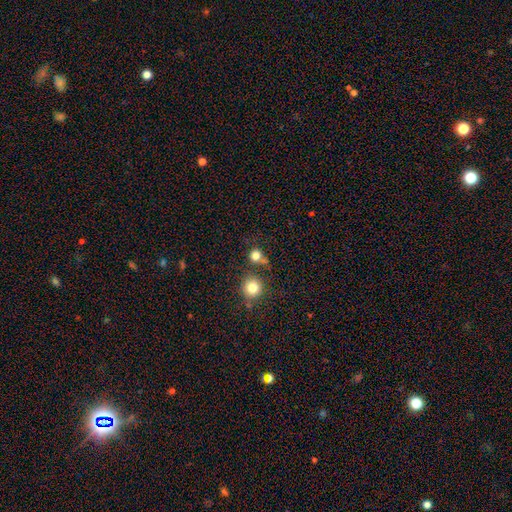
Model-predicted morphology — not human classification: Smooth or featured? smooth (79%)
How rounded? round (89%)
Merging? none (64%)